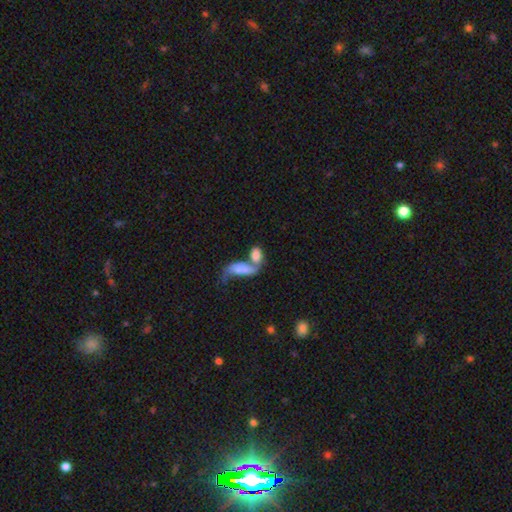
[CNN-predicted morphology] Q: Smooth or featured?
A: smooth (69%); runner-up: featured or disk (22%)
Q: How rounded?
A: in between (83%); runner-up: cigar-shaped (10%)
Q: Merging?
A: merger (64%); runner-up: none (20%)